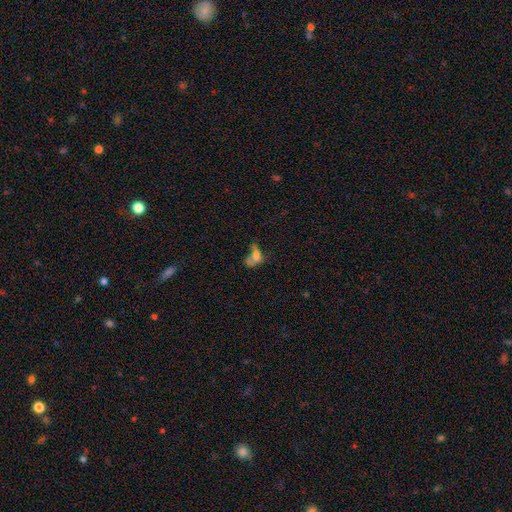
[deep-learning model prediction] A smooth galaxy with no disk features (54%) that is in between round and cigar-shaped (80%).

Vote fractions:
- Smooth or featured? smooth: 54% / featured or disk: 27% / star or artifact: 18%
- How rounded? in between: 80% / round: 12% / cigar-shaped: 8%
- Merging? major disturbance: 35% / merger: 31% / none: 20% / minor disturbance: 15%